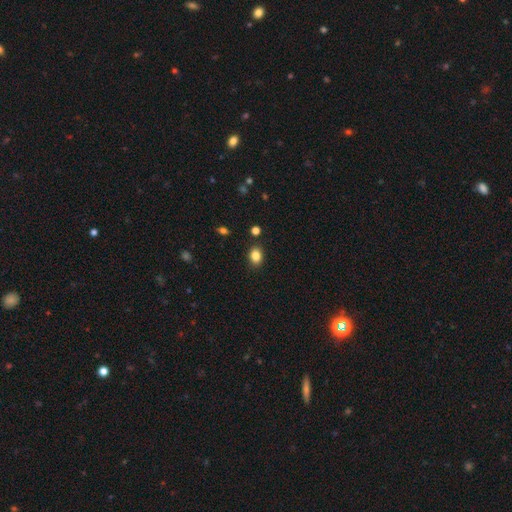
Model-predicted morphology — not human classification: Smooth or featured? Predicted: smooth (p=0.84). How rounded? Predicted: in between (p=0.64). Merging? Predicted: none (p=0.86).